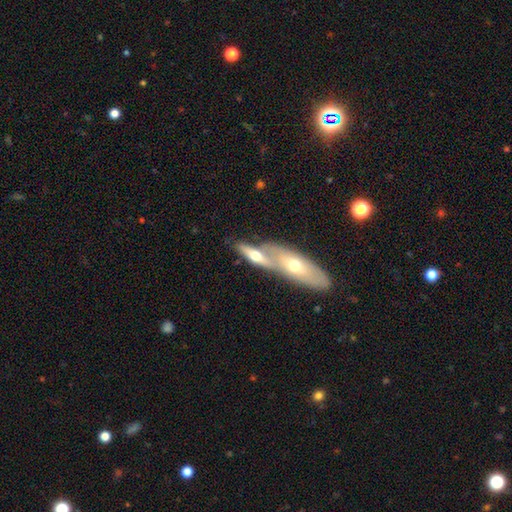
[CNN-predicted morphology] This appears to be a smooth galaxy with no disk features (50%). Merging: merger (56%).